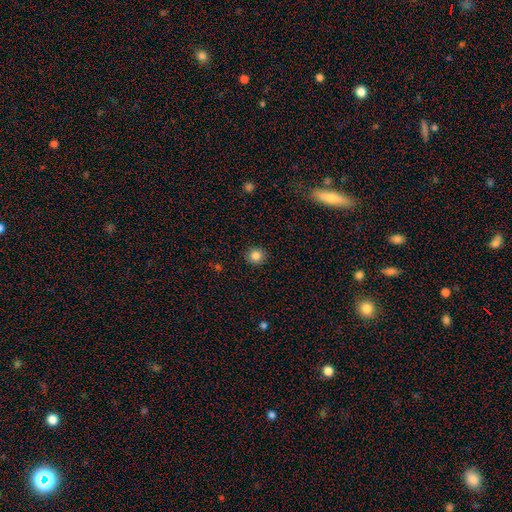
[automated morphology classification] Q: Smooth or featured?
A: smooth (84%); runner-up: star or artifact (11%)
Q: How rounded?
A: round (92%); runner-up: in between (7%)
Q: Merging?
A: none (92%); runner-up: minor disturbance (5%)